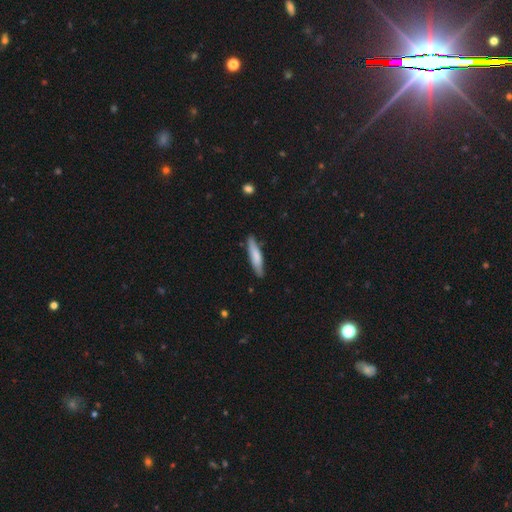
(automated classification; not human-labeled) Smooth or featured? smooth (72%)
How rounded? cigar-shaped (82%)
Merging? none (83%)